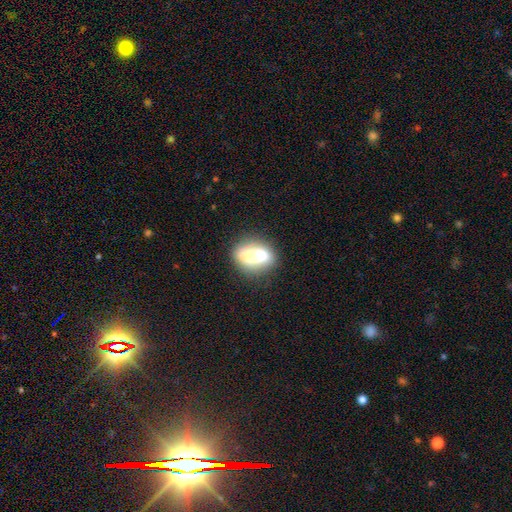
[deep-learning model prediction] smooth_or_featured: smooth (p=0.70) [alt: featured or disk p=0.21]
how_rounded: in between (p=0.72) [alt: round p=0.22]
merging: none (p=0.53) [alt: merger p=0.22]